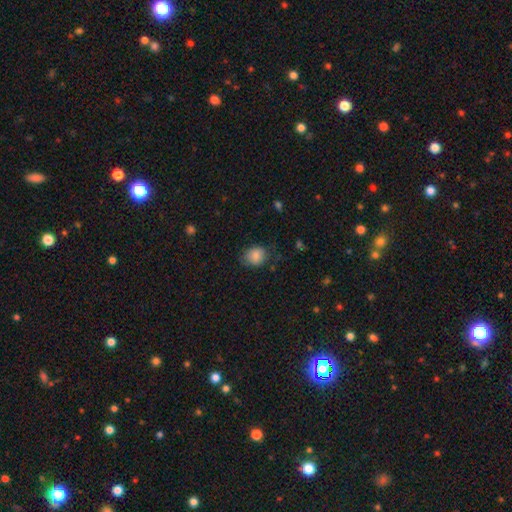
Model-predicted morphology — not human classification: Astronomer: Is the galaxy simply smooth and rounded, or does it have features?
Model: smooth — 83%.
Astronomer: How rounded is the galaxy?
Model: round — 51% (runner-up: in between, 48%).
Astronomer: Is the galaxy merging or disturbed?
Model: none — 71%.